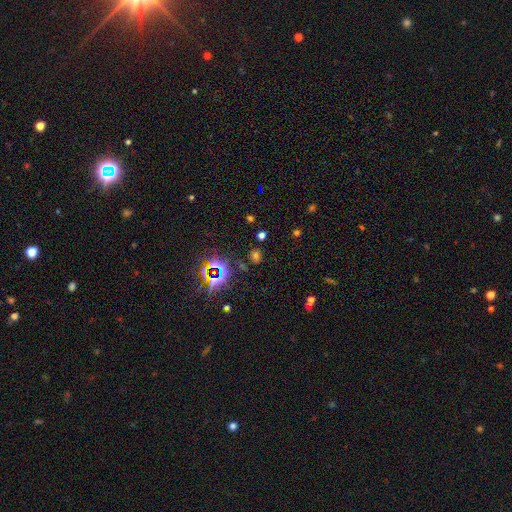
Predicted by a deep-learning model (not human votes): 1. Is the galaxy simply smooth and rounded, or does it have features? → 52% star or artifact, 39% smooth, 8% featured or disk.